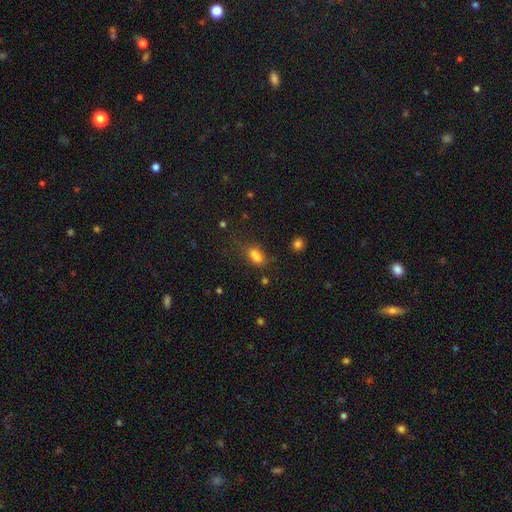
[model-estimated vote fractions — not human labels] smooth 76%, star or artifact 14%, featured or disk 10%. Down the decision tree: how rounded — in between (78%); merging — none (49%).